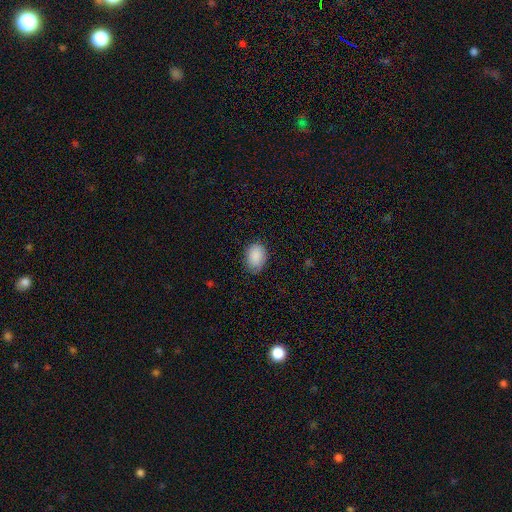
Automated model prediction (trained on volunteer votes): Overall: smooth (88%). How rounded: in between (76%). Merging: none (76%).